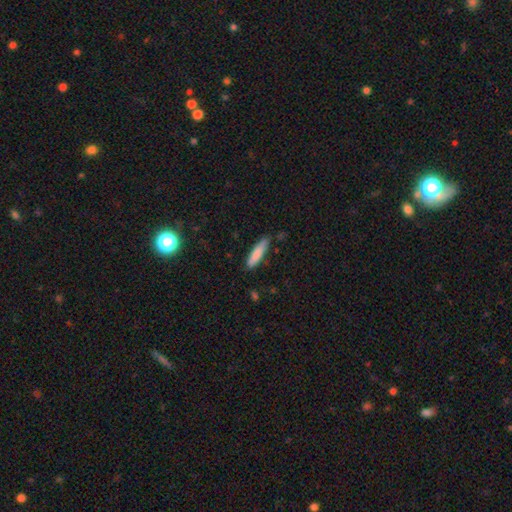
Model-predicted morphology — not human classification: A smooth galaxy with no disk features (83%) that is cigar-shaped (79%).

Vote fractions:
- Smooth or featured? smooth: 83% / featured or disk: 11% / star or artifact: 6%
- How rounded? cigar-shaped: 79% / in between: 20% / round: 1%
- Merging? none: 81% / minor disturbance: 15% / major disturbance: 2% / merger: 2%